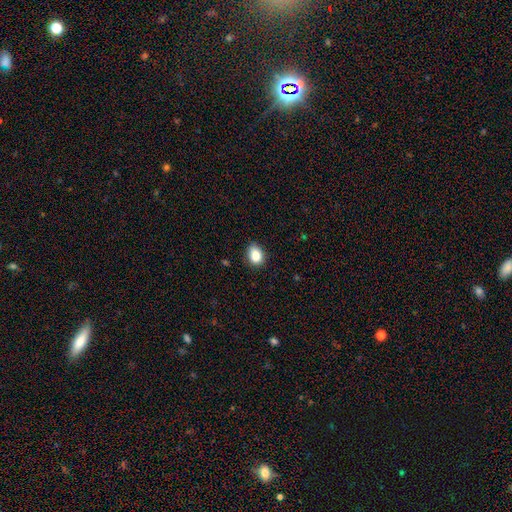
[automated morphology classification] A smooth galaxy with no disk features (86%) that is in between round and cigar-shaped (63%).

Vote fractions:
- Smooth or featured? smooth: 86% / star or artifact: 9% / featured or disk: 5%
- How rounded? in between: 63% / round: 36% / cigar-shaped: 1%
- Merging? none: 76% / minor disturbance: 19% / major disturbance: 3% / merger: 1%